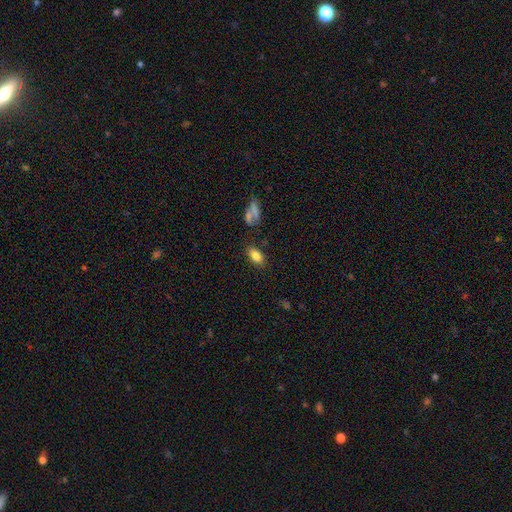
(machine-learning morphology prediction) The model was most divided on "merging": none: 82%, minor disturbance: 11%, merger: 3%, major disturbance: 3%. More confident: how rounded — in between (88%); smooth or featured — smooth (82%).